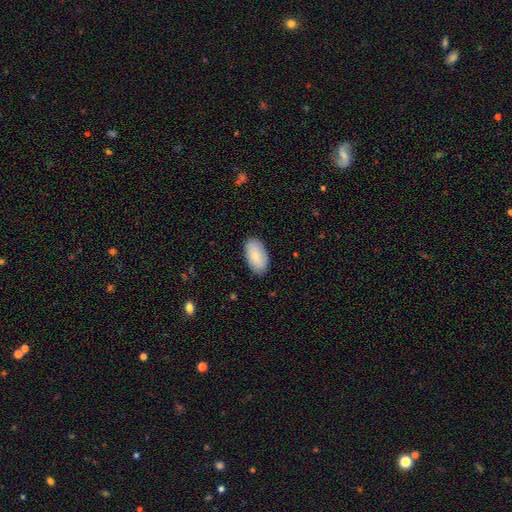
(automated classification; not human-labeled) A smooth galaxy with no disk features (78%) that is in between round and cigar-shaped (95%).

Vote fractions:
- Smooth or featured? smooth: 78% / featured or disk: 16% / star or artifact: 6%
- How rounded? in between: 95% / round: 3% / cigar-shaped: 2%
- Merging? none: 85% / minor disturbance: 12% / major disturbance: 2% / merger: 1%